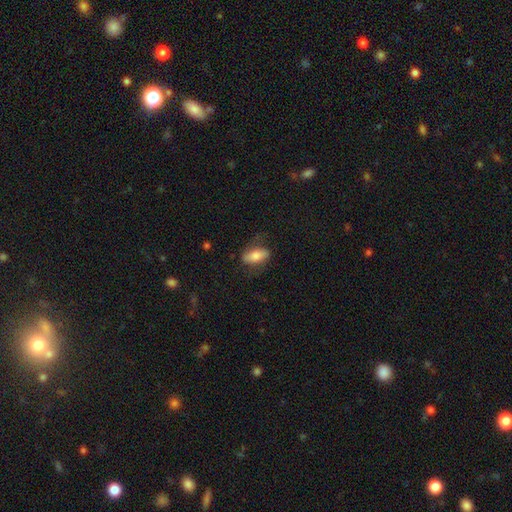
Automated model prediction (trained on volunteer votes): A smooth galaxy with no disk features (66%) that is in between round and cigar-shaped (82%). Merging: none (68%).